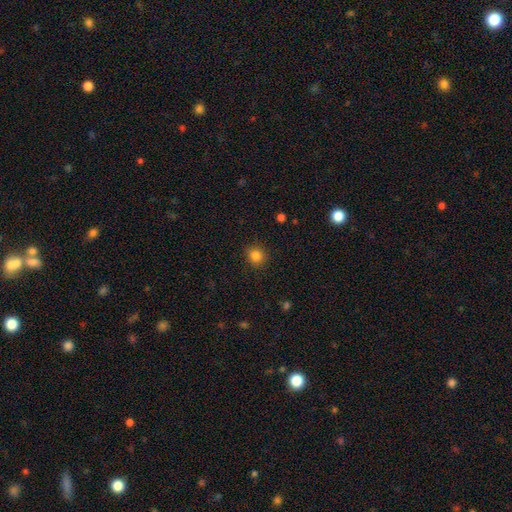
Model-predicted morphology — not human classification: A smooth galaxy with no disk features (84%) that is round (84%). Merging: none (88%).